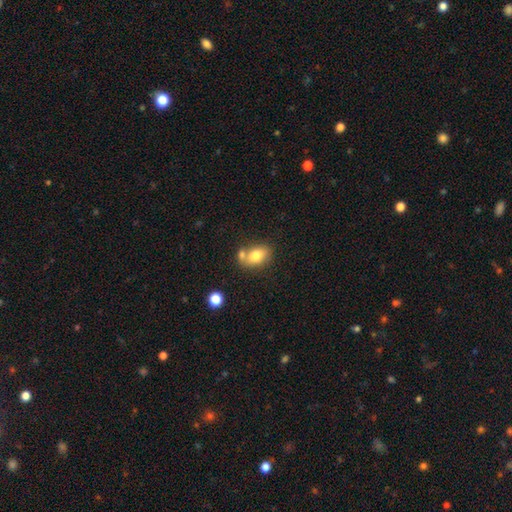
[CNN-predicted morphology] This is likely a smooth galaxy (77%). How rounded: likely in between (78%). Merging: possibly none (50%).